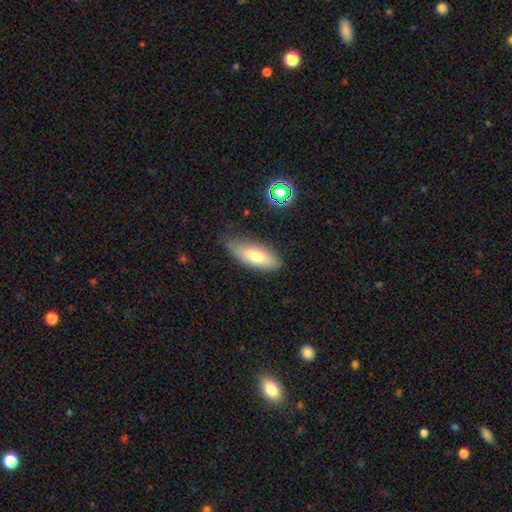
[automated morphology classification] Smooth or featured: smooth — 72% (featured or disk — 21%)
How rounded: in between — 72% (cigar-shaped — 25%)
Merging: none — 70% (minor disturbance — 24%)